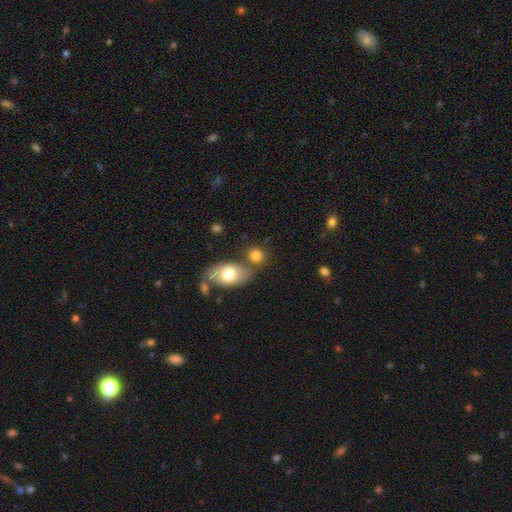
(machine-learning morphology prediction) type=smooth (81%); roundness=round (50%); merging=none (61%).